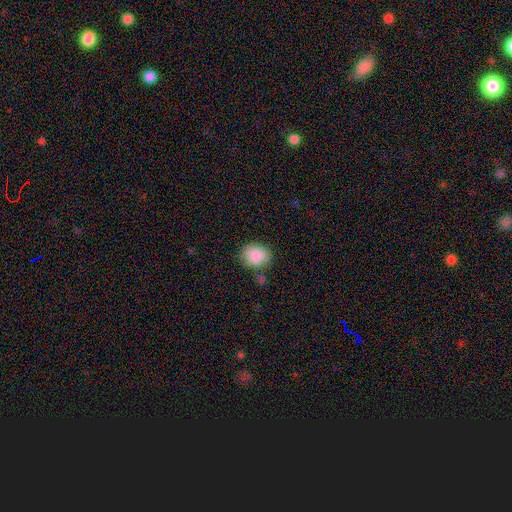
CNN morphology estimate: Smooth or featured?
  - smooth: 88% *
  - star or artifact: 7%
  - featured or disk: 4%
How rounded?
  - round: 53% *
  - in between: 46%
  - cigar-shaped: 1%
Merging?
  - none: 74% *
  - minor disturbance: 16%
  - merger: 6%
  - major disturbance: 4%